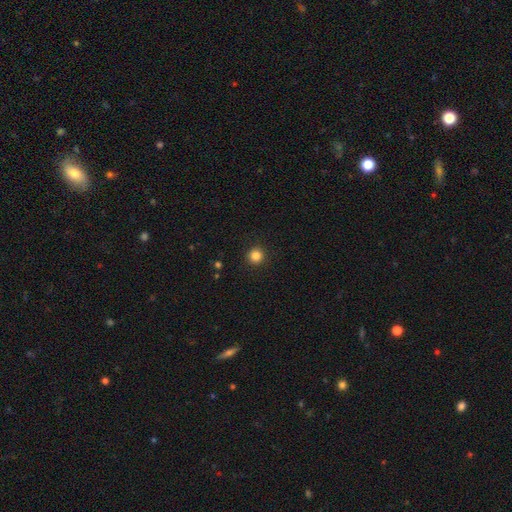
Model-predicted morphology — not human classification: This appears to be a smooth galaxy with no disk features (84%) that is round (95%). Merging: none (92%).